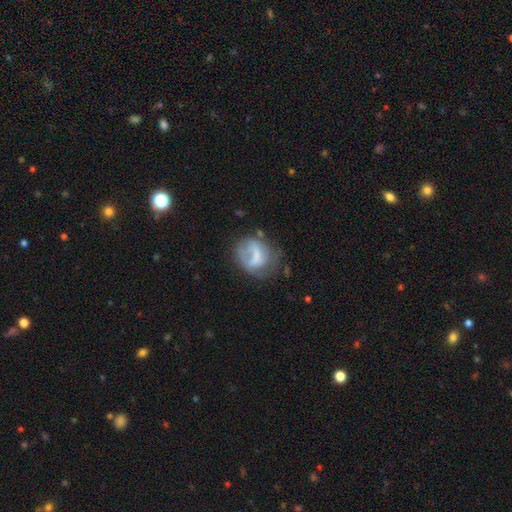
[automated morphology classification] The model was most divided on "smooth or featured": smooth: 48%, featured or disk: 43%, star or artifact: 9%. Remaining: merging — none (39%).